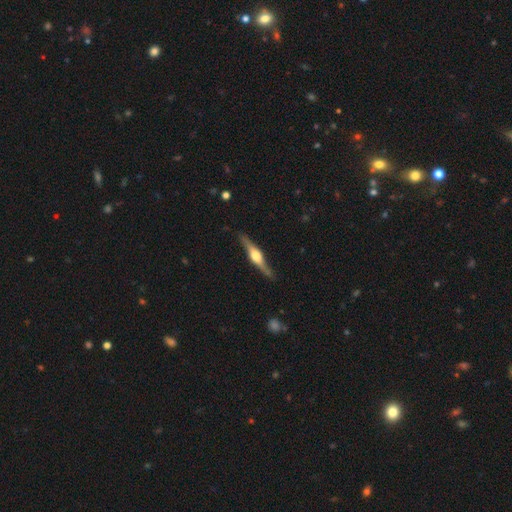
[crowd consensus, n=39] smooth-or-featured: featured or disk: 79% | smooth: 15% | star or artifact: 5%
  disk-edge-on: yes: 100% | no: 0%
    edge-on-bulge: rounded: 100% | boxy: 0% | none: 0%
  merging: none: 86% | minor disturbance: 11% | major disturbance: 3% | merger: 0%